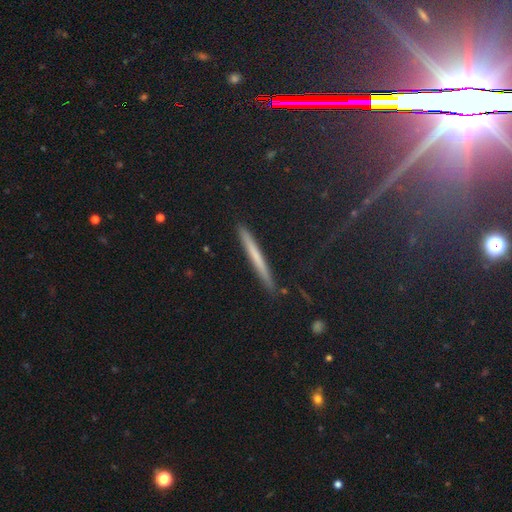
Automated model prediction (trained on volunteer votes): A smooth galaxy with no disk features (52%) that is cigar-shaped (96%). Merging: none (90%).